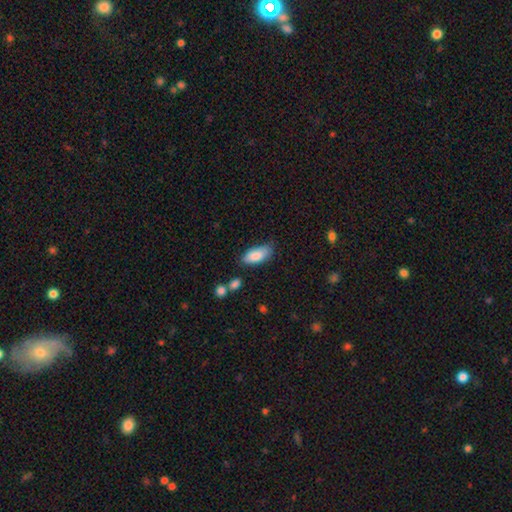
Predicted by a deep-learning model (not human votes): Smooth or featured? Predicted: smooth (p=0.86). How rounded? Predicted: in between (p=0.86). Merging? Predicted: none (p=0.69).